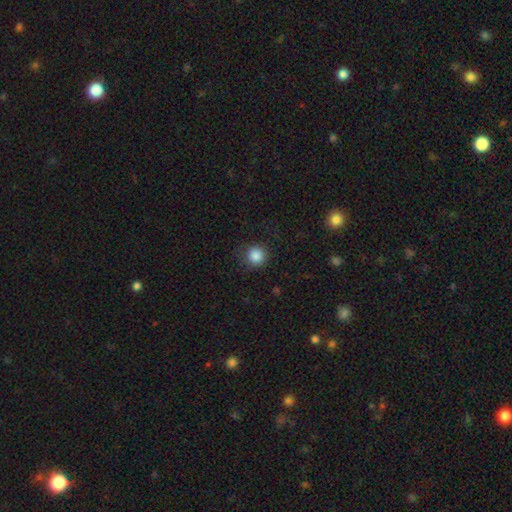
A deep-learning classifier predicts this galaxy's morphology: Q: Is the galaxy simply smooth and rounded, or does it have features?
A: smooth — 86%.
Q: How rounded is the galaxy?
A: round — 94%.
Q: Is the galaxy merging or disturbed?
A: none — 86%.